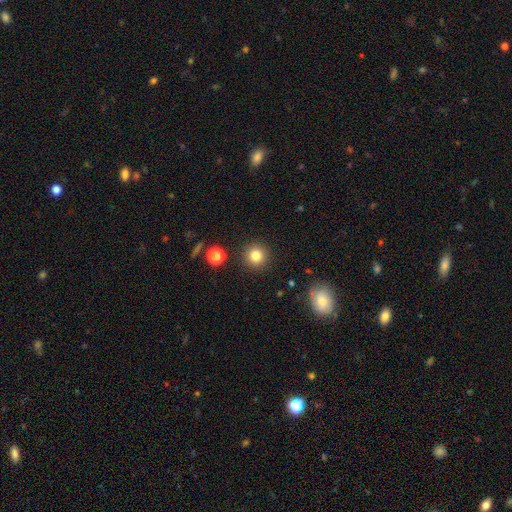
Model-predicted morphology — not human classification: Smooth or featured? smooth (82%)
How rounded? round (94%)
Merging? none (89%)